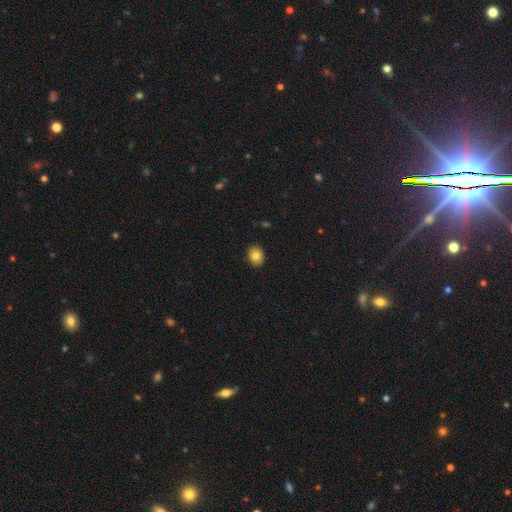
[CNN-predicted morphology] smooth 83%, star or artifact 9%, featured or disk 8%. Down the decision tree: how rounded — in between (54%); merging — none (89%).